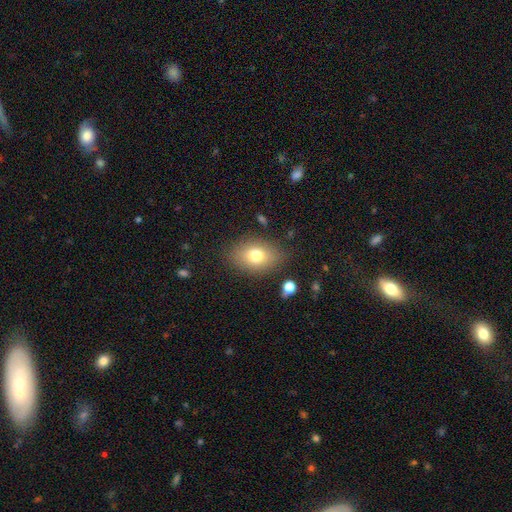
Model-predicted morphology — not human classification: smooth 75%, featured or disk 15%, star or artifact 11%. Down the decision tree: how rounded — in between (77%); merging — none (82%).